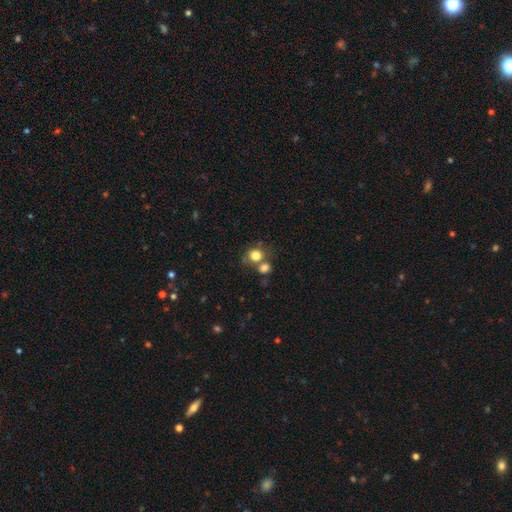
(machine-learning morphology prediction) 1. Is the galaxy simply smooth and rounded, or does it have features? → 79% smooth, 11% star or artifact, 10% featured or disk.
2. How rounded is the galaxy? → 74% round, 25% in between, 1% cigar-shaped.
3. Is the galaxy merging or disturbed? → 45% none, 39% merger, 11% minor disturbance, 5% major disturbance.